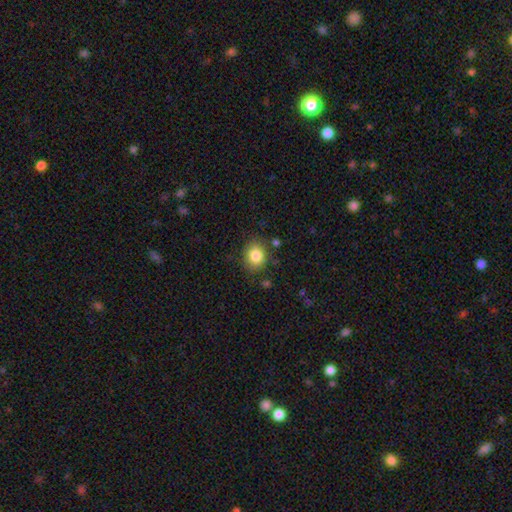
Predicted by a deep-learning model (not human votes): Smooth or featured? smooth (84%)
How rounded? round (62%)
Merging? none (83%)